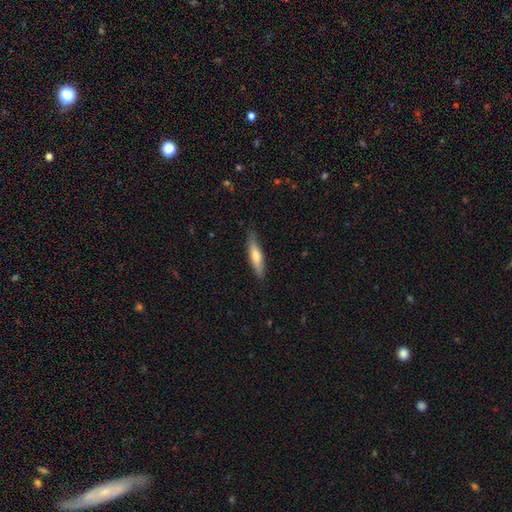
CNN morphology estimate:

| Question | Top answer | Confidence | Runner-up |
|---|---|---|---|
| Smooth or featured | smooth | 63% | featured or disk (31%) |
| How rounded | cigar-shaped | 78% | in between (20%) |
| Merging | none | 83% | minor disturbance (13%) |